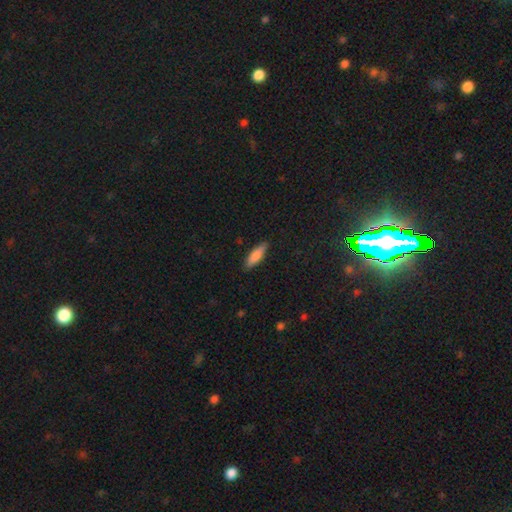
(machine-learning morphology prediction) This appears to be a smooth galaxy with no disk features (79%) that is cigar-shaped (60%). Merging: none (87%).